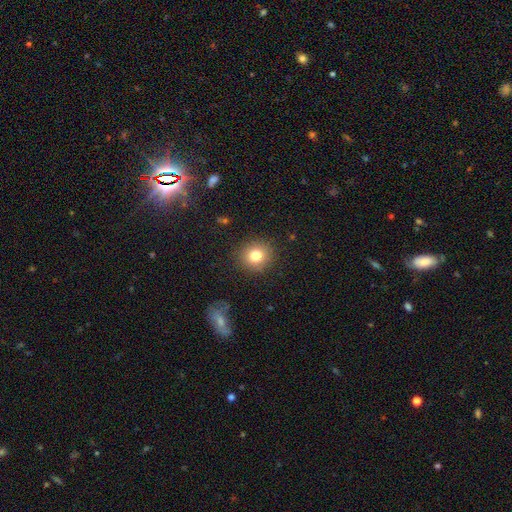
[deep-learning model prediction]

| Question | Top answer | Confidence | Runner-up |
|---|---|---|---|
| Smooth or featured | smooth | 79% | star or artifact (12%) |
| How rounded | round | 87% | in between (12%) |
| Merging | none | 89% | minor disturbance (7%) |